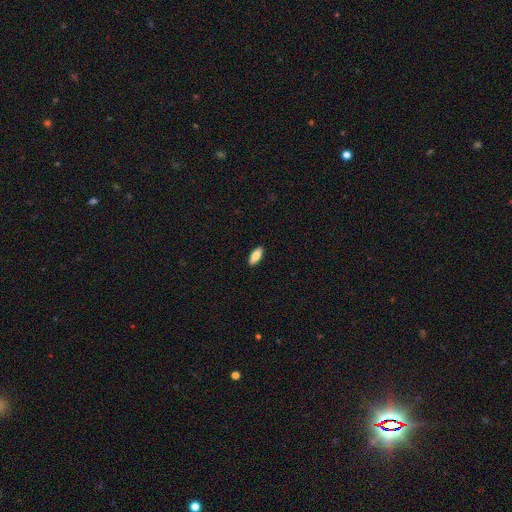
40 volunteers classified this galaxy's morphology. Smooth or featured? smooth (88%)
How rounded? in between (94%)
Merging? none (92%)